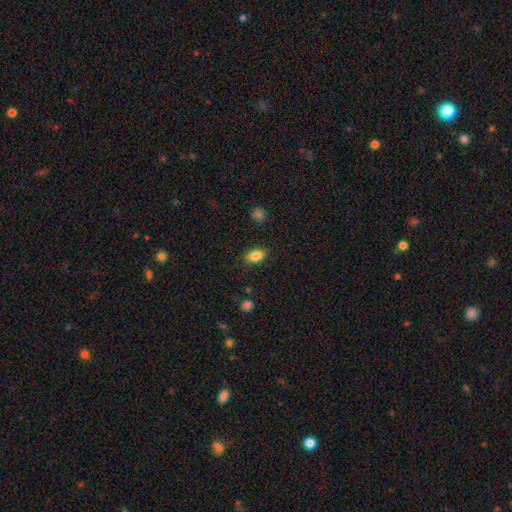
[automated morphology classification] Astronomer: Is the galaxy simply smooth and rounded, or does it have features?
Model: smooth — 85%.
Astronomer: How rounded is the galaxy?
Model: in between — 88%.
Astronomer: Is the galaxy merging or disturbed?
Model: none — 86%.